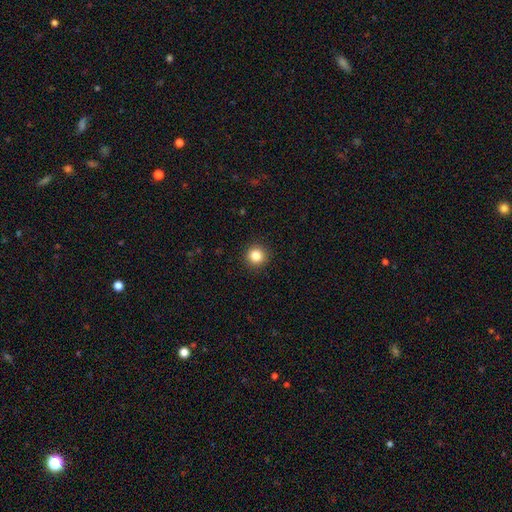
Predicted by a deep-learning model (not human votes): Smooth or featured? smooth (85%)
How rounded? round (95%)
Merging? none (93%)